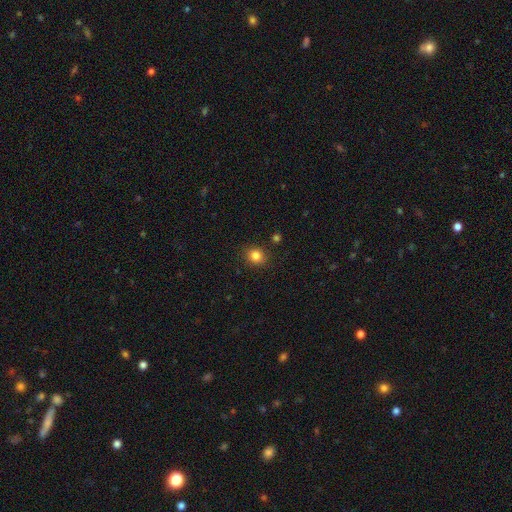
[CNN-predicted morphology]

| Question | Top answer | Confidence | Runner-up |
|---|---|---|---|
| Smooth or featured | smooth | 83% | star or artifact (12%) |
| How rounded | round | 78% | in between (21%) |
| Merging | none | 88% | minor disturbance (8%) |